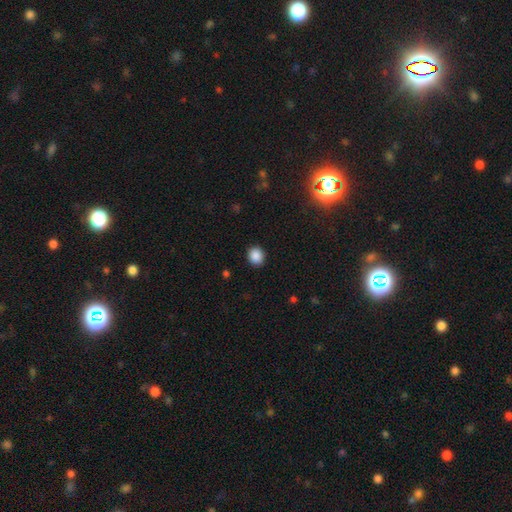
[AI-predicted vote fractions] smooth-or-featured: smooth: 88% | star or artifact: 9% | featured or disk: 3%
  how-rounded: round: 77% | in between: 22% | cigar-shaped: 1%
  merging: none: 90% | minor disturbance: 7% | major disturbance: 2% | merger: 1%